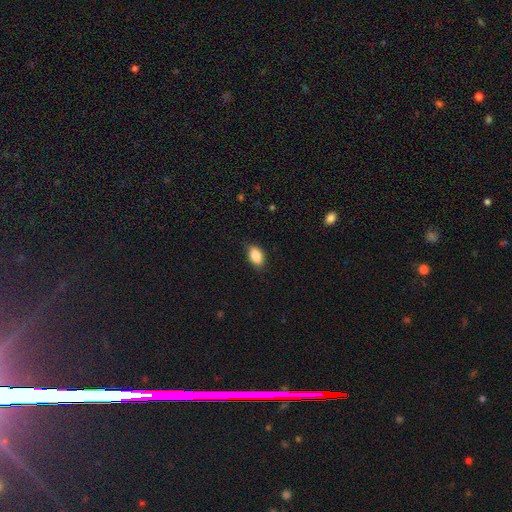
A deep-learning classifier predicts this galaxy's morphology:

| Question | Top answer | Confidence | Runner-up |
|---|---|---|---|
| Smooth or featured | smooth | 86% | star or artifact (8%) |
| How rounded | in between | 89% | round (9%) |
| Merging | none | 82% | minor disturbance (14%) |